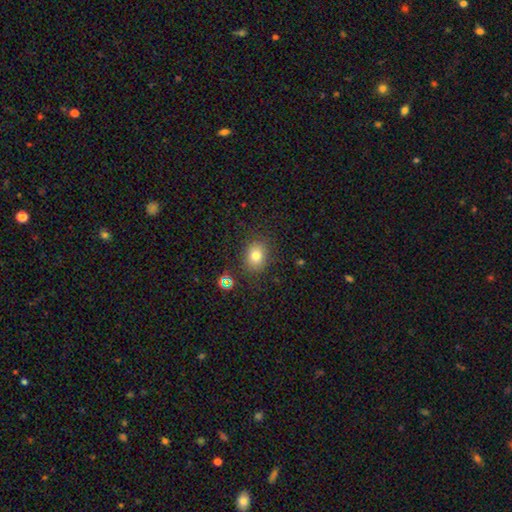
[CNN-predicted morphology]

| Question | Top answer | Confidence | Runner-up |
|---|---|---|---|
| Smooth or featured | smooth | 77% | star or artifact (15%) |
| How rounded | round | 56% | in between (43%) |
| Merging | none | 82% | minor disturbance (11%) |